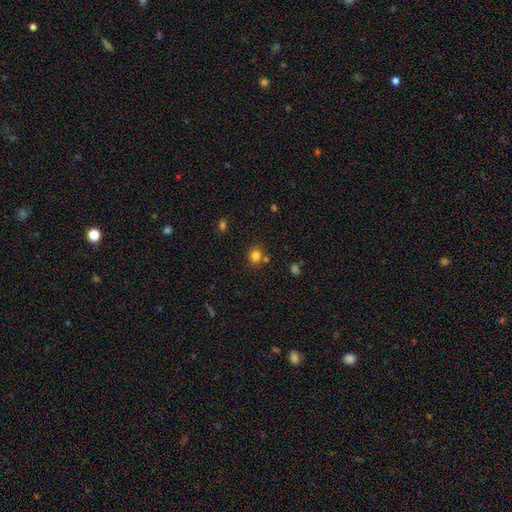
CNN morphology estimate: Smooth or featured: smooth — 81% (star or artifact — 13%)
How rounded: round — 71% (in between — 29%)
Merging: none — 71% (merger — 15%)